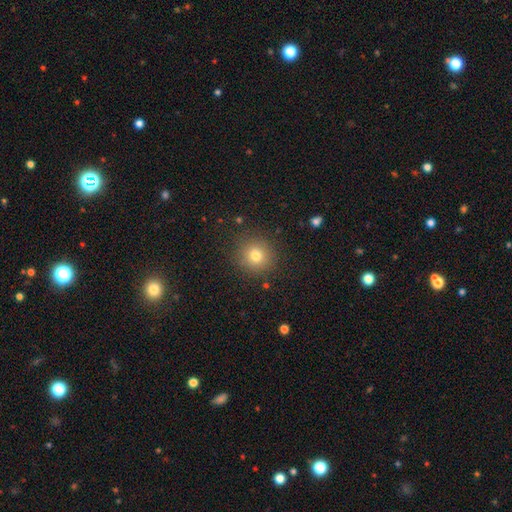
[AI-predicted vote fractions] This is likely a smooth galaxy (76%). How rounded: clearly round (92%). Merging: clearly none (88%).